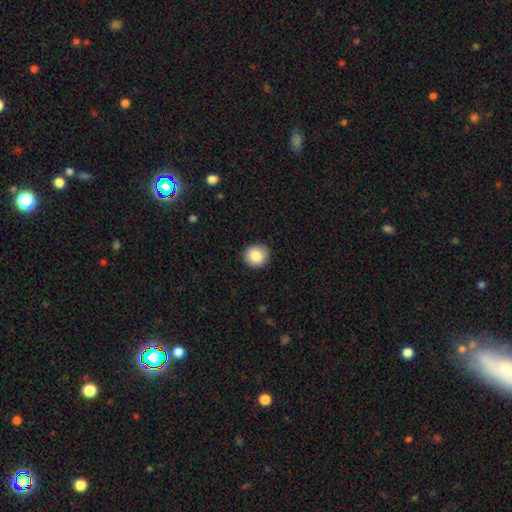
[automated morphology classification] This appears to be a smooth galaxy with no disk features (87%) that is round (86%). Merging: none (90%).